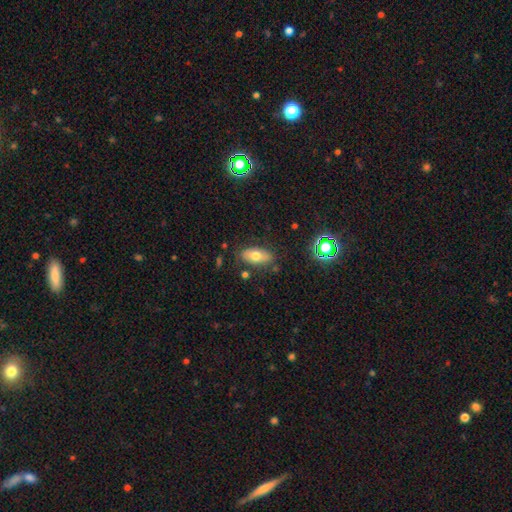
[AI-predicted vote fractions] smooth 69%, featured or disk 22%, star or artifact 10%. Down the decision tree: how rounded — in between (86%); merging — none (80%).